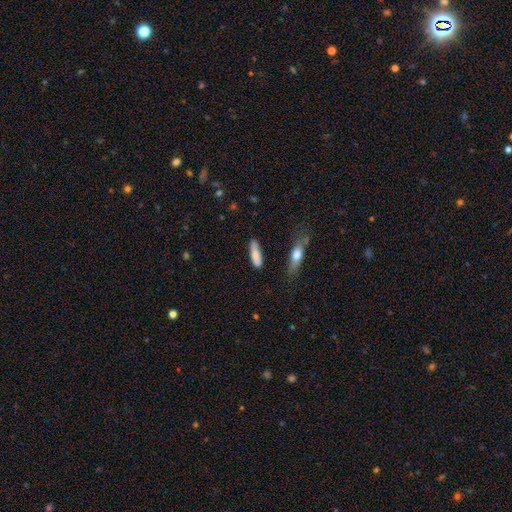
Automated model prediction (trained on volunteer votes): A smooth galaxy with no disk features (80%) that is cigar-shaped (63%). Merging: none (77%).